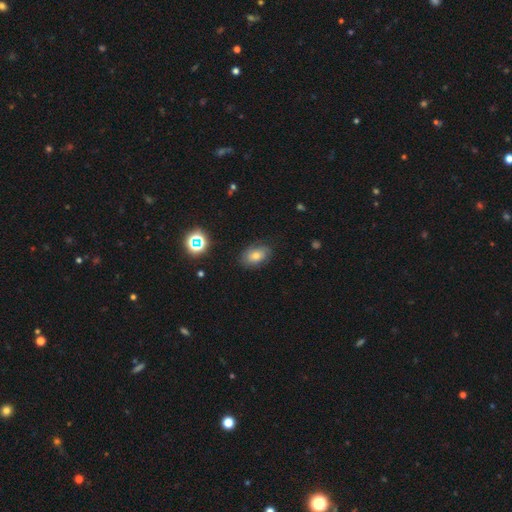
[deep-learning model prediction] Smooth or featured? smooth (51%)
How rounded? in between (82%)
Merging? none (76%)